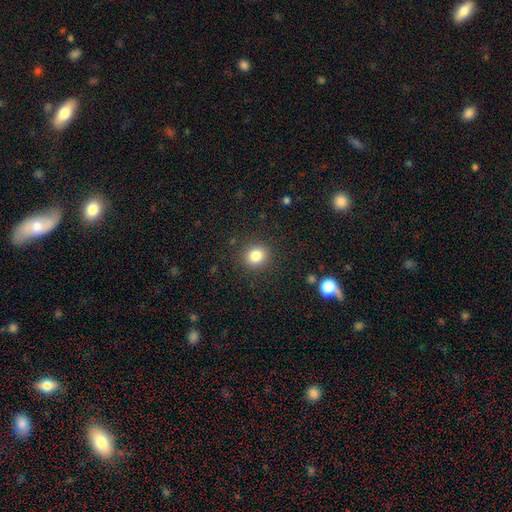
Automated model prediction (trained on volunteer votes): Smooth or featured? Predicted: smooth (p=0.83). How rounded? Predicted: round (p=0.83). Merging? Predicted: none (p=0.89).